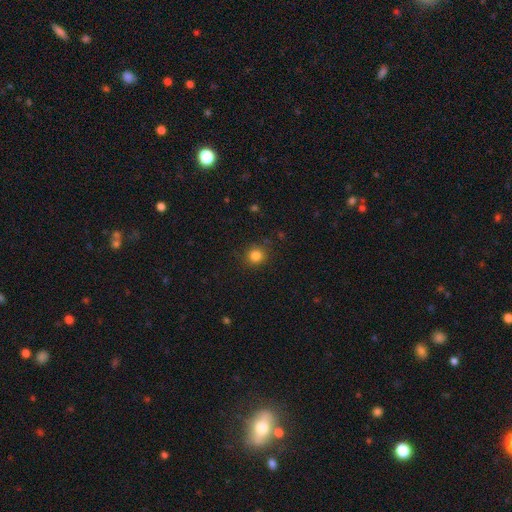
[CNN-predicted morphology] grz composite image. It shows a smooth galaxy with no disk features (83%) that is round (88%). Merging: none (88%).